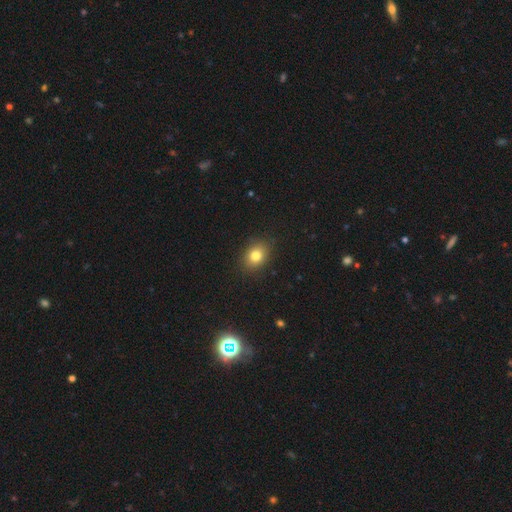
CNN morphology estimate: Smooth or featured: smooth — 80% (star or artifact — 11%)
How rounded: in between — 61% (round — 38%)
Merging: none — 87% (minor disturbance — 9%)